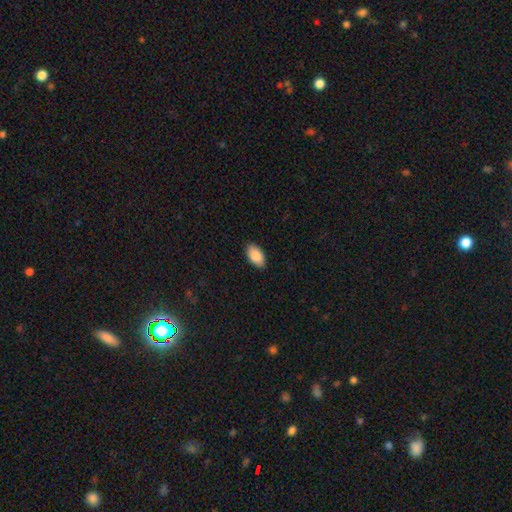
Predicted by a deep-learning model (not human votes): Smooth or featured? Predicted: smooth (p=0.89). How rounded? Predicted: in between (p=0.95). Merging? Predicted: none (p=0.88).